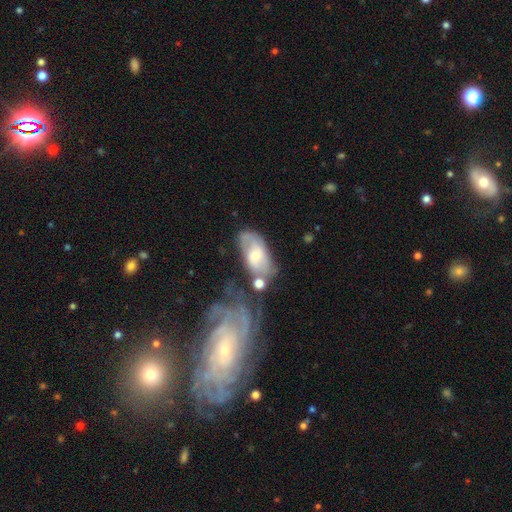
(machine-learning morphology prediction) Overall: featured or disk (58%; smooth 35%). Edge-on disk: no (92%). Bar: no (59%; weak 33%). Spiral arms: yes (80%). Bulge size: small (48%; moderate 44%). Merging: none (44%; merger 23%).